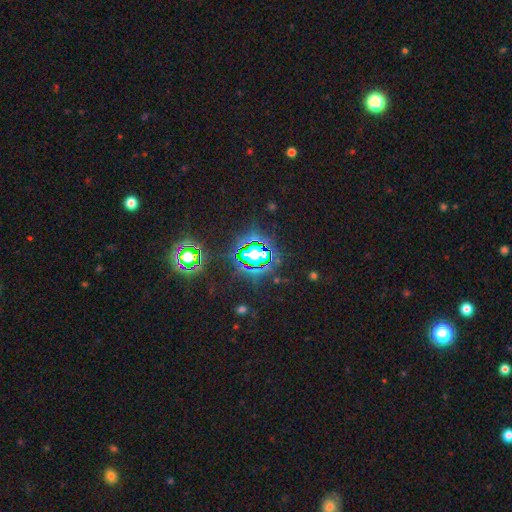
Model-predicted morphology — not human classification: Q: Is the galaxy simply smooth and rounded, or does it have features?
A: star or artifact — 82%.